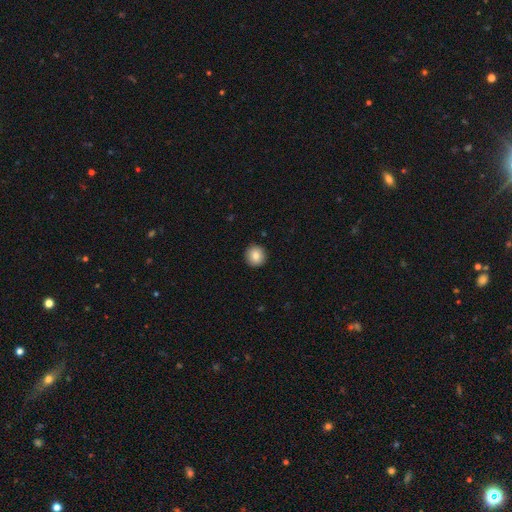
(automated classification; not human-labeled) Smooth or featured? Predicted: smooth (p=0.83). How rounded? Predicted: round (p=0.95). Merging? Predicted: none (p=0.93).